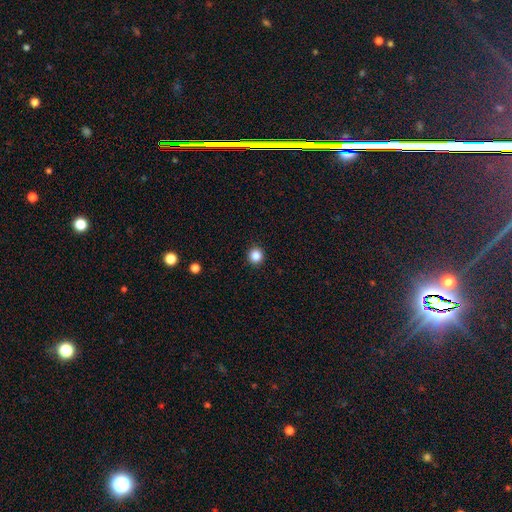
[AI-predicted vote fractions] Q: Smooth or featured?
A: smooth (86%); runner-up: star or artifact (11%)
Q: How rounded?
A: round (95%); runner-up: in between (4%)
Q: Merging?
A: none (93%); runner-up: minor disturbance (4%)